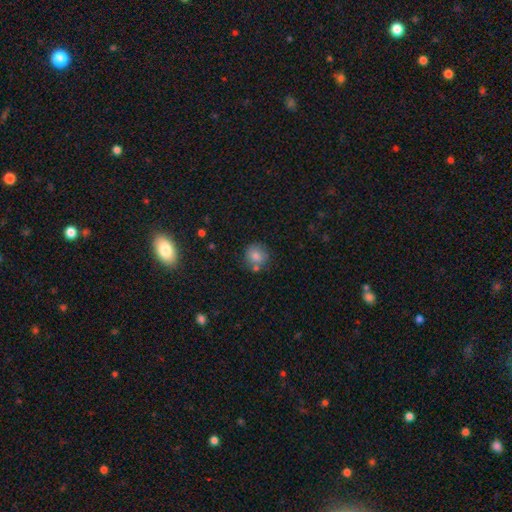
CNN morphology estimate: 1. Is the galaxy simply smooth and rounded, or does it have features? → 79% smooth, 11% star or artifact, 10% featured or disk.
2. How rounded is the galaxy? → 87% round, 12% in between, 1% cigar-shaped.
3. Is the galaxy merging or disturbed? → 68% none, 14% minor disturbance, 14% merger, 4% major disturbance.